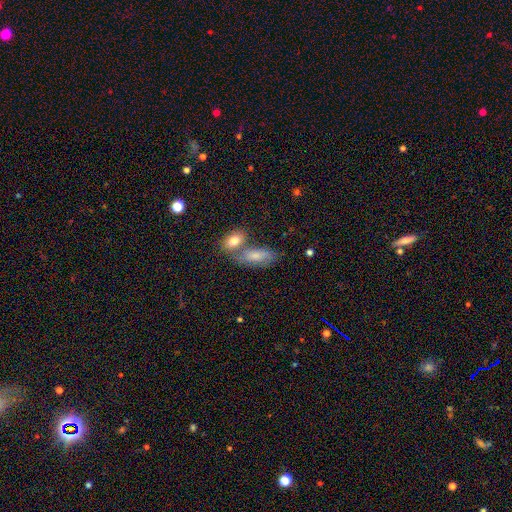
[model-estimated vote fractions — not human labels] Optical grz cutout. It shows a smooth galaxy with no disk features (74%) that is in between round and cigar-shaped (84%). Merging: none (42%).